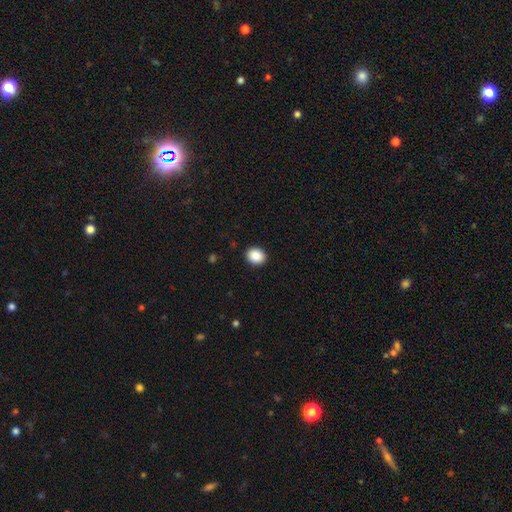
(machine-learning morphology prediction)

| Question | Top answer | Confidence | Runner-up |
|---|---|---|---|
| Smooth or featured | smooth | 88% | star or artifact (9%) |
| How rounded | round | 64% | in between (35%) |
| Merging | none | 92% | minor disturbance (6%) |